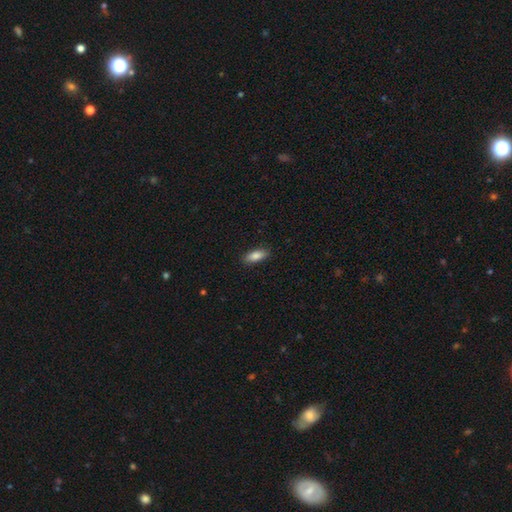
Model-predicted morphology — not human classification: Q: Smooth or featured?
A: smooth (85%); runner-up: featured or disk (8%)
Q: How rounded?
A: in between (77%); runner-up: cigar-shaped (21%)
Q: Merging?
A: none (88%); runner-up: minor disturbance (9%)